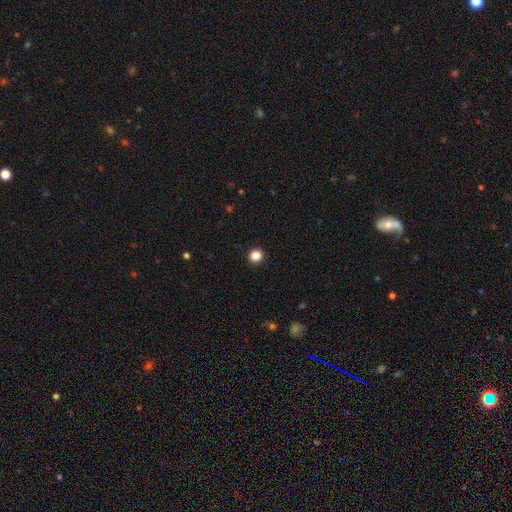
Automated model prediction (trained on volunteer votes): Smooth or featured? smooth (86%)
How rounded? round (93%)
Merging? none (93%)